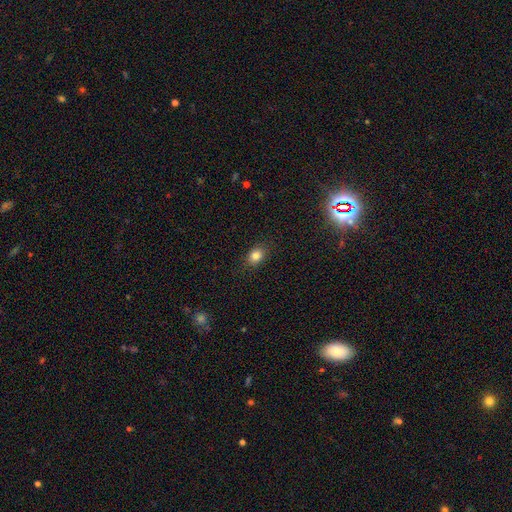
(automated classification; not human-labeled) Smooth or featured? smooth (83%)
How rounded? in between (62%)
Merging? none (86%)